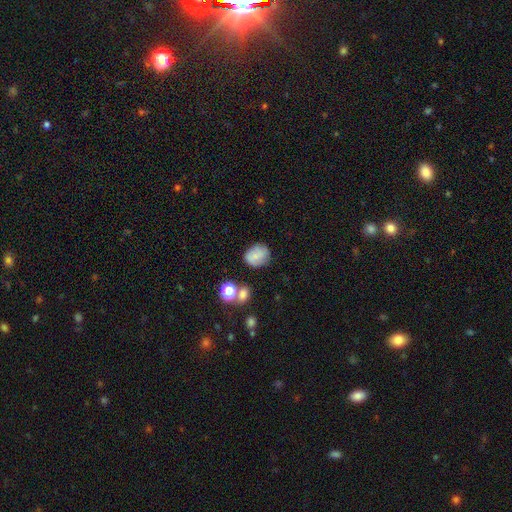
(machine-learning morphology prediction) This appears to be a smooth galaxy with no disk features (70%) that is round (63%). Merging: none (71%).